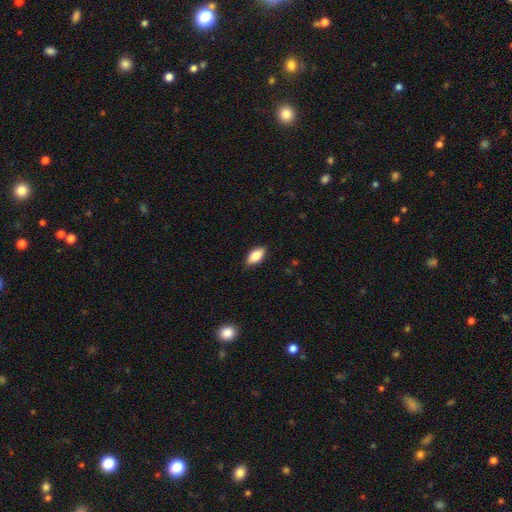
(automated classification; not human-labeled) This is likely a smooth galaxy (78%). How rounded: clearly in between (88%). Merging: clearly none (86%).